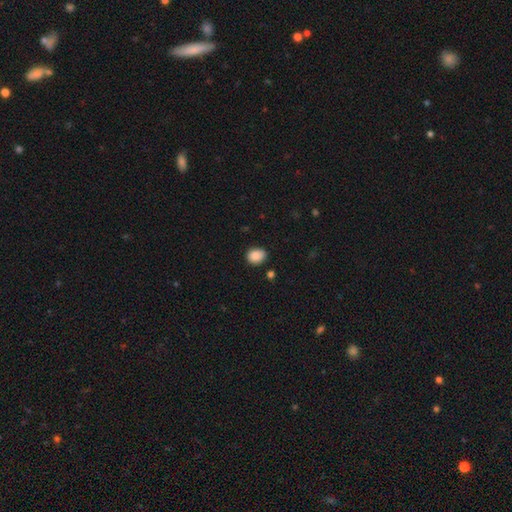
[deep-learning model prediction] Smooth or featured: smooth — 87% (star or artifact — 9%)
How rounded: round — 54% (in between — 45%)
Merging: none — 79% (minor disturbance — 16%)